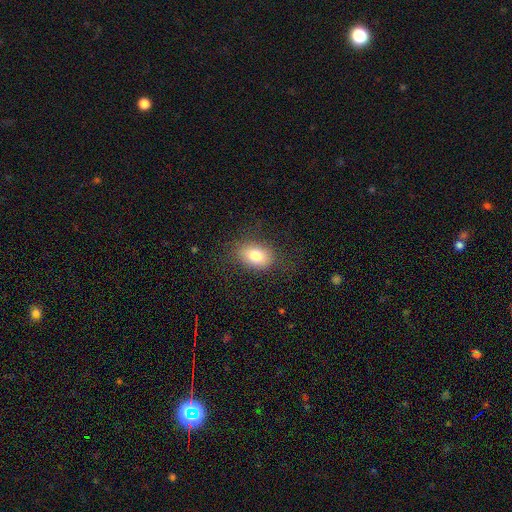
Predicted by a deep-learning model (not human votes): Smooth or featured? smooth (78%)
How rounded? in between (76%)
Merging? none (77%)